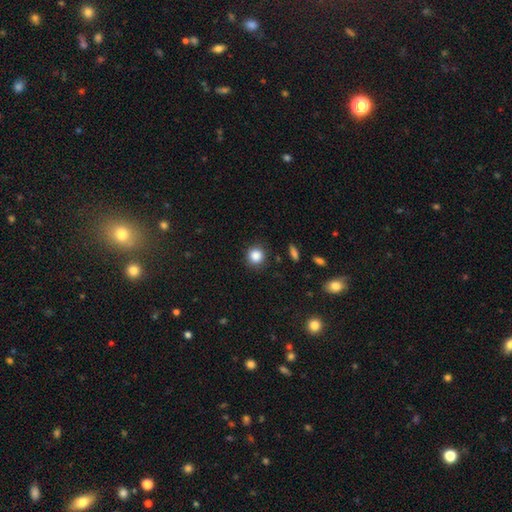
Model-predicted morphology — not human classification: A smooth galaxy with no disk features (86%) that is round (89%). Merging: none (87%).